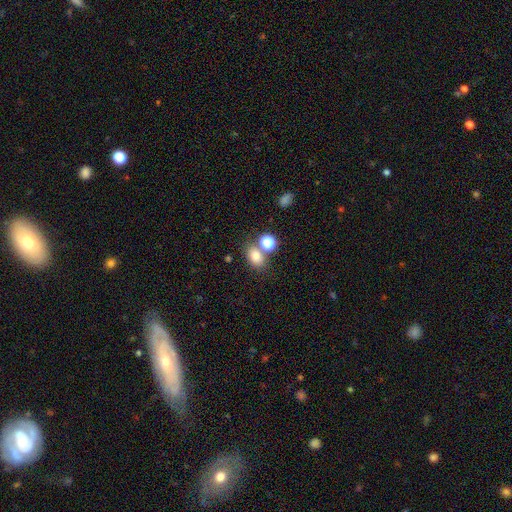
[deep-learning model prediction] A smooth galaxy with no disk features (77%) that is in between round and cigar-shaped (63%).

Vote fractions:
- Smooth or featured? smooth: 77% / star or artifact: 14% / featured or disk: 9%
- How rounded? in between: 63% / round: 36% / cigar-shaped: 1%
- Merging? none: 60% / merger: 25% / minor disturbance: 11% / major disturbance: 4%